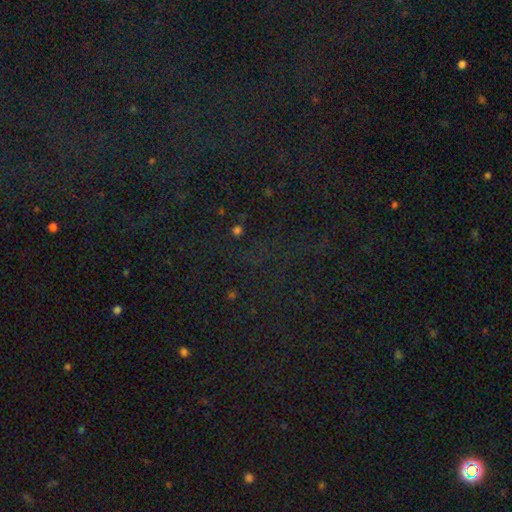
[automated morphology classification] Smooth or featured? star or artifact (80%)